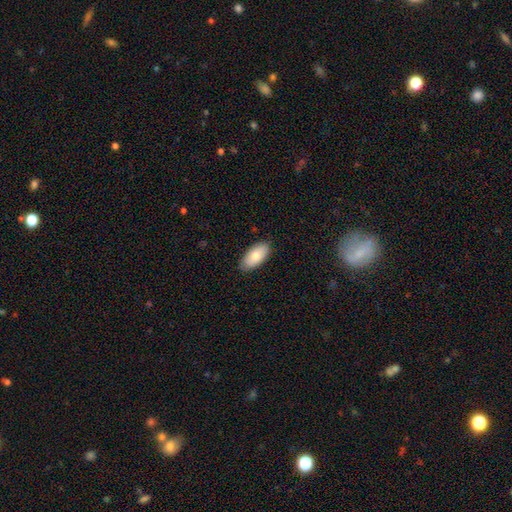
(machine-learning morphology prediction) The model was most divided on "smooth or featured": smooth: 78%, featured or disk: 16%, star or artifact: 6%. More confident: how rounded — in between (93%); merging — none (87%).